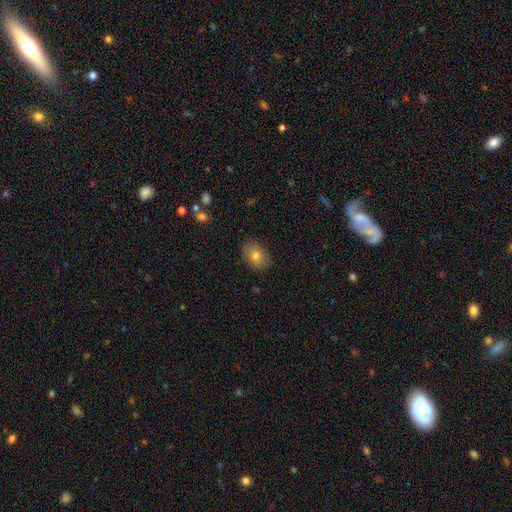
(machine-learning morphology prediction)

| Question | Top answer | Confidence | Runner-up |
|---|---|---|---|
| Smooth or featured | smooth | 77% | featured or disk (14%) |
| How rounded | in between | 75% | round (24%) |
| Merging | none | 86% | minor disturbance (10%) |